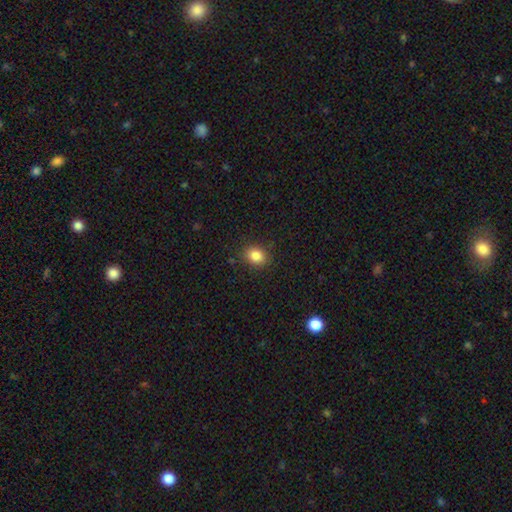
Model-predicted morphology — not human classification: smooth-or-featured: smooth: 85% | star or artifact: 10% | featured or disk: 5%
  how-rounded: round: 52% | in between: 47% | cigar-shaped: 1%
  merging: none: 86% | minor disturbance: 10% | major disturbance: 3% | merger: 1%